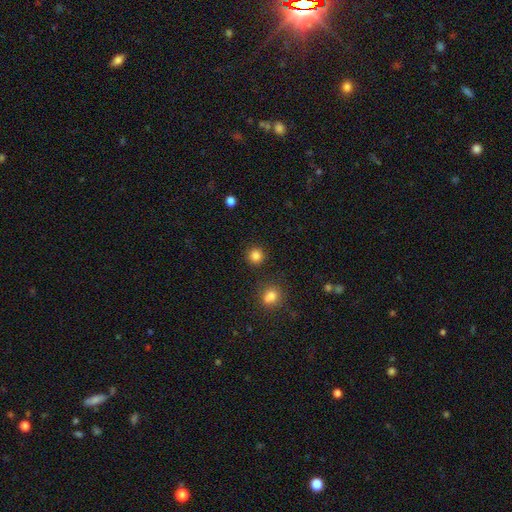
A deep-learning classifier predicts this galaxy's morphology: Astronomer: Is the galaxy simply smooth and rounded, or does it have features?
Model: smooth — 84%.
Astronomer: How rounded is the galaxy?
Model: round — 93%.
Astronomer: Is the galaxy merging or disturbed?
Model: none — 89%.